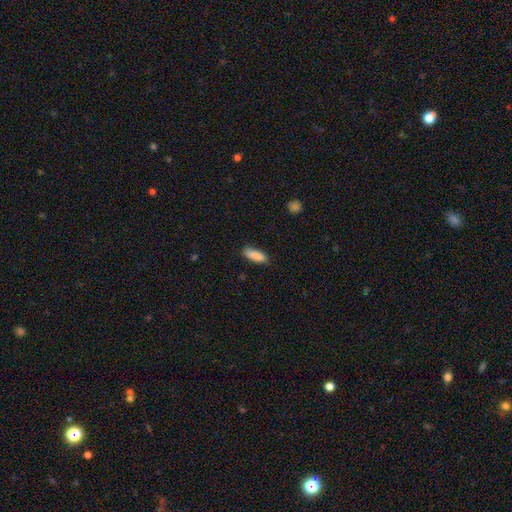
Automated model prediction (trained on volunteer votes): smooth-or-featured: smooth: 89% | star or artifact: 6% | featured or disk: 5%
  how-rounded: in between: 58% | cigar-shaped: 40% | round: 2%
  merging: none: 85% | minor disturbance: 12% | major disturbance: 2% | merger: 1%